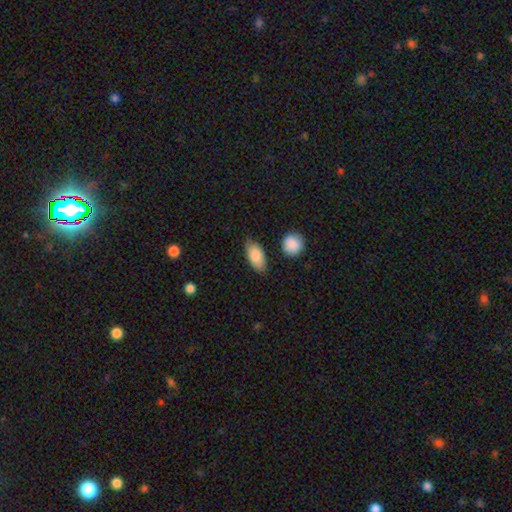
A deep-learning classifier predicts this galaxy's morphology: This appears to be a smooth galaxy with no disk features (85%) that is in between round and cigar-shaped (90%). Merging: none (74%).